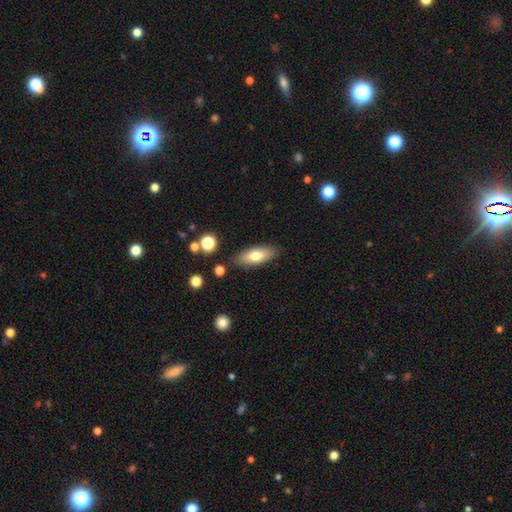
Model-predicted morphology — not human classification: A smooth galaxy with no disk features (72%) that is in between round and cigar-shaped (71%).

Vote fractions:
- Smooth or featured? smooth: 72% / featured or disk: 21% / star or artifact: 7%
- How rounded? in between: 71% / cigar-shaped: 26% / round: 3%
- Merging? none: 84% / minor disturbance: 11% / major disturbance: 3% / merger: 2%